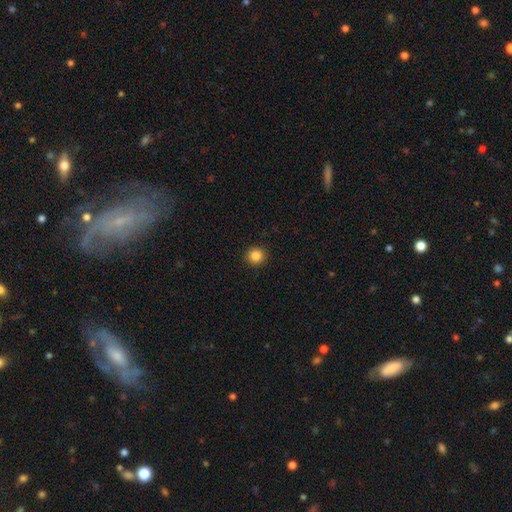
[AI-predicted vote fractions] A smooth galaxy with no disk features (85%) that is round (93%).

Vote fractions:
- Smooth or featured? smooth: 85% / star or artifact: 11% / featured or disk: 4%
- How rounded? round: 93% / in between: 6% / cigar-shaped: 1%
- Merging? none: 93% / minor disturbance: 5% / major disturbance: 2% / merger: 1%